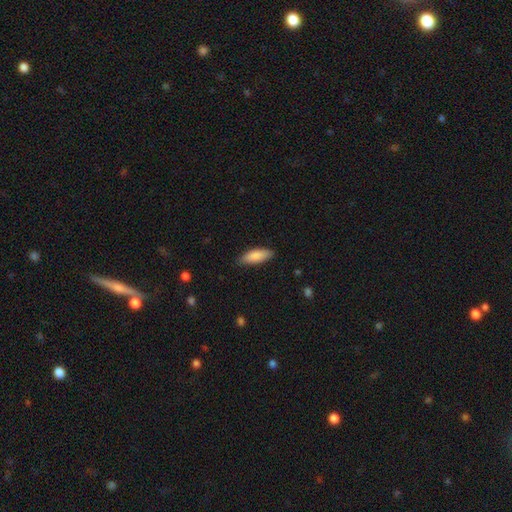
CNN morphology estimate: Smooth or featured: smooth — 86% (featured or disk — 9%)
How rounded: in between — 67% (cigar-shaped — 31%)
Merging: none — 82% (minor disturbance — 15%)